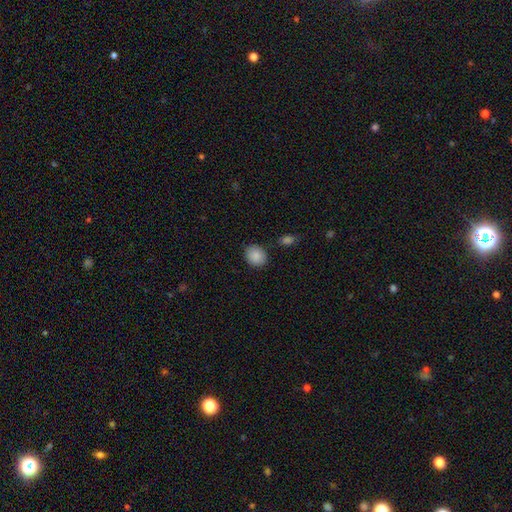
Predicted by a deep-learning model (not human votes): Smooth or featured: smooth — 88% (star or artifact — 8%)
How rounded: round — 62% (in between — 37%)
Merging: none — 85% (minor disturbance — 9%)